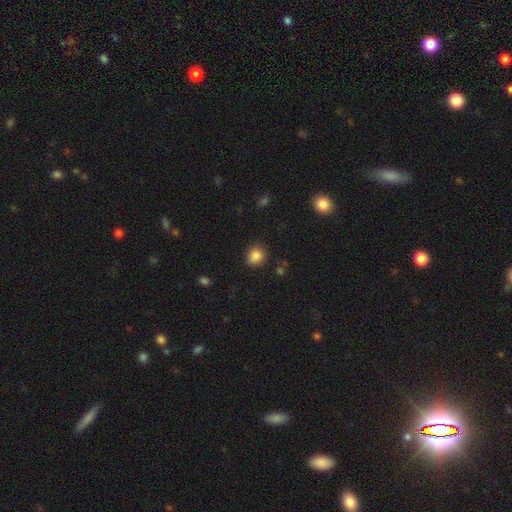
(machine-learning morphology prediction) A smooth galaxy with no disk features (85%) that is round (74%). Merging: none (81%).